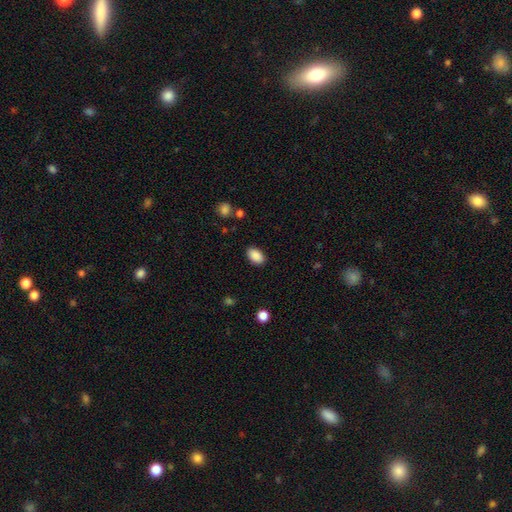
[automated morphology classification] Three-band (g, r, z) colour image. It shows a smooth galaxy with no disk features (89%) that is in between round and cigar-shaped (91%). Merging: none (87%).